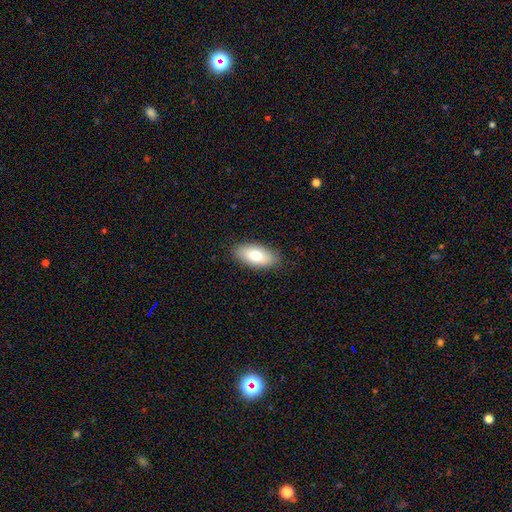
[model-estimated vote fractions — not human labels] smooth_or_featured: smooth (p=0.76) [alt: featured or disk p=0.17]
how_rounded: in between (p=0.92) [alt: cigar-shaped p=0.05]
merging: none (p=0.88) [alt: minor disturbance p=0.09]